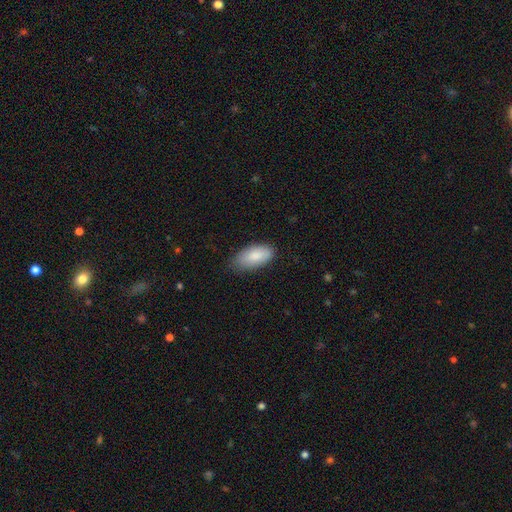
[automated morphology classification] Smooth or featured? smooth (86%)
How rounded? in between (93%)
Merging? none (72%)